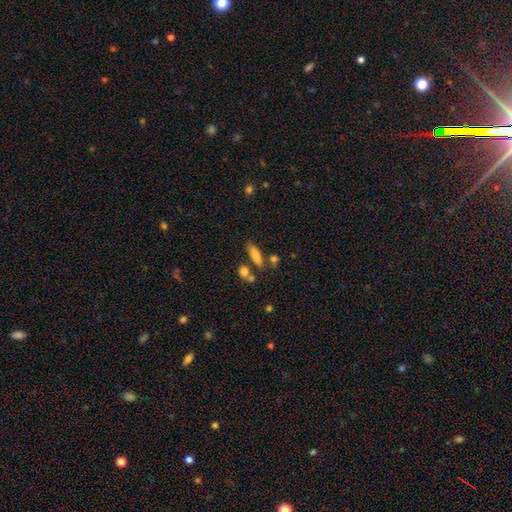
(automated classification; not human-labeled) This is likely a smooth galaxy (77%). How rounded: possibly cigar-shaped (51%). Merging: likely none (65%).